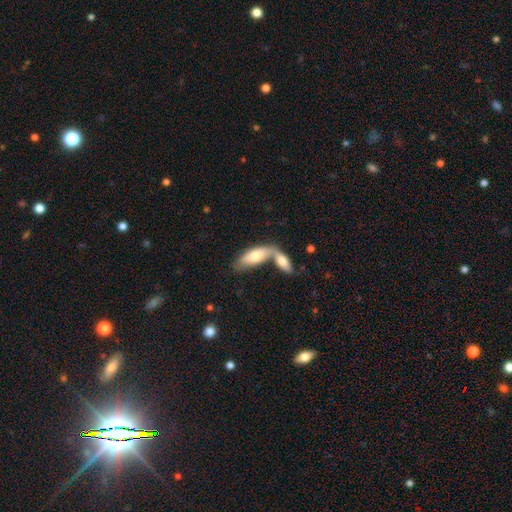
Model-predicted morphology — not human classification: type=smooth (68%); roundness=in between (73%); merging=merger (65%).